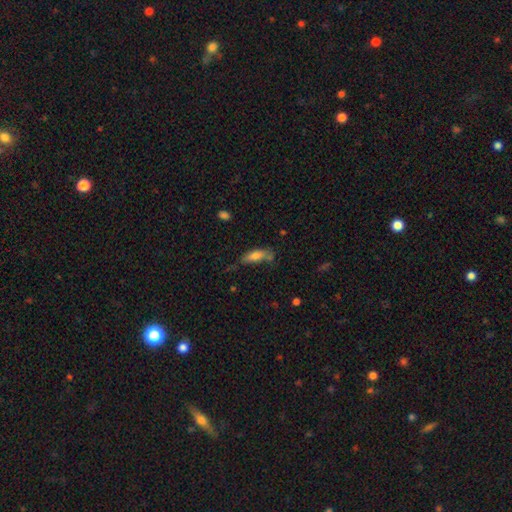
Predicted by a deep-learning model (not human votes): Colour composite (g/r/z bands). It shows a smooth galaxy with no disk features (73%) that is in between round and cigar-shaped (60%). Merging: none (46%).